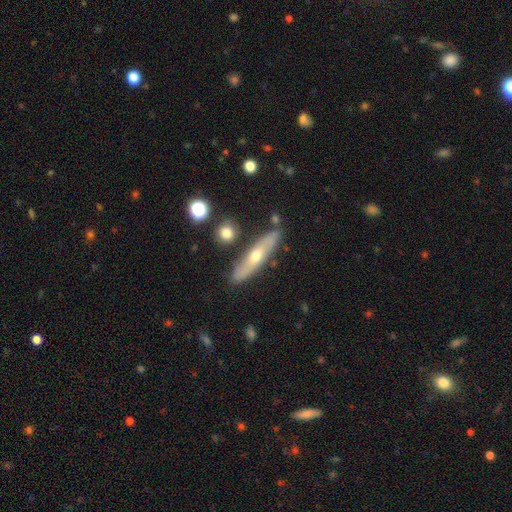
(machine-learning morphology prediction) This is possibly a featured or disk galaxy (56%). It is likely viewed edge-on (73%). Merging: clearly none (82%).